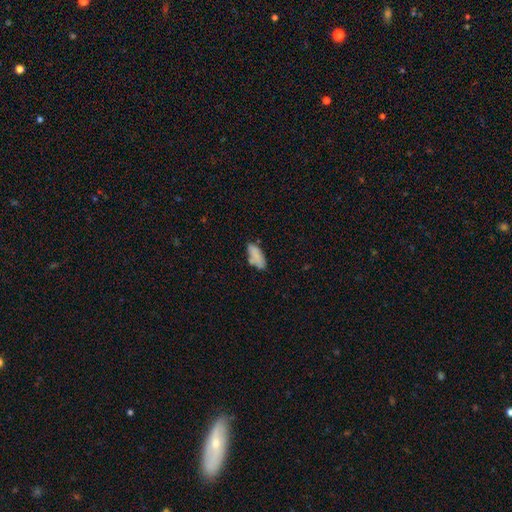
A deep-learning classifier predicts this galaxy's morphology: Overall: smooth (79%). How rounded: in between (85%). Merging: none (57%; minor disturbance 26%).